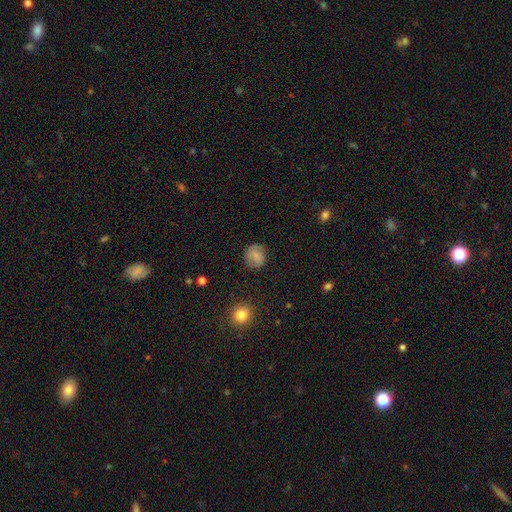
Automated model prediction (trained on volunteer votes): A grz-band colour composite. It shows a smooth galaxy with no disk features (78%) that is round (82%). Merging: none (77%).